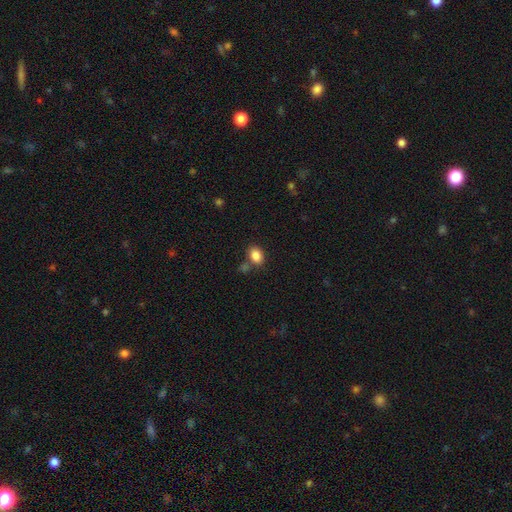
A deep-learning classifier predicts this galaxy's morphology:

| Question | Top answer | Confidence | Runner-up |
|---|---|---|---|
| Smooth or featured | smooth | 86% | star or artifact (9%) |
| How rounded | in between | 76% | round (23%) |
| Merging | none | 70% | merger (13%) |